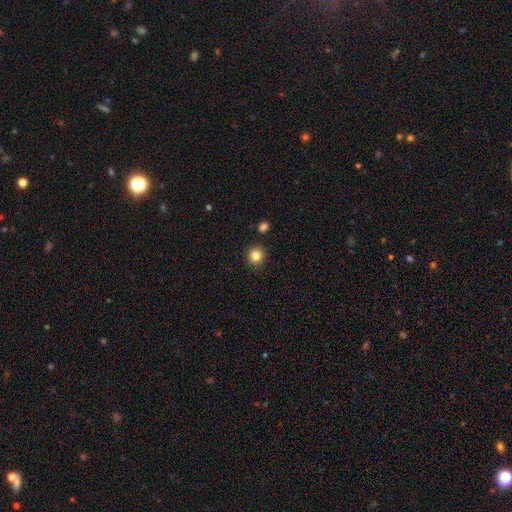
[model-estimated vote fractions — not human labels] Smooth or featured: smooth — 84% (star or artifact — 11%)
How rounded: round — 92% (in between — 7%)
Merging: none — 89% (minor disturbance — 7%)